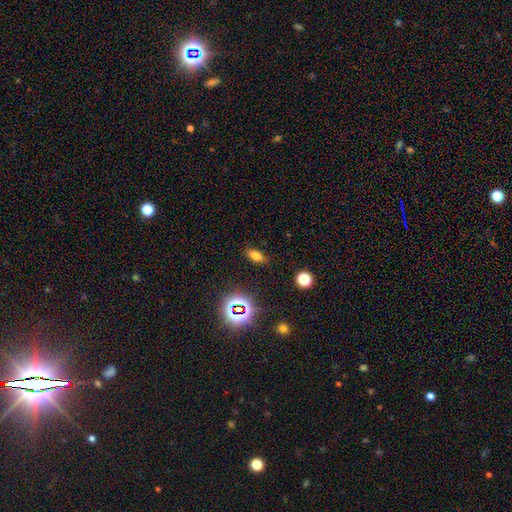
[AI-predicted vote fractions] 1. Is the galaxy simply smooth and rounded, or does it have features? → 70% smooth, 20% star or artifact, 10% featured or disk.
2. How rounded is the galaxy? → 79% in between, 13% cigar-shaped, 8% round.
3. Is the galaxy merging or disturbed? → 85% none, 10% minor disturbance, 3% major disturbance, 2% merger.